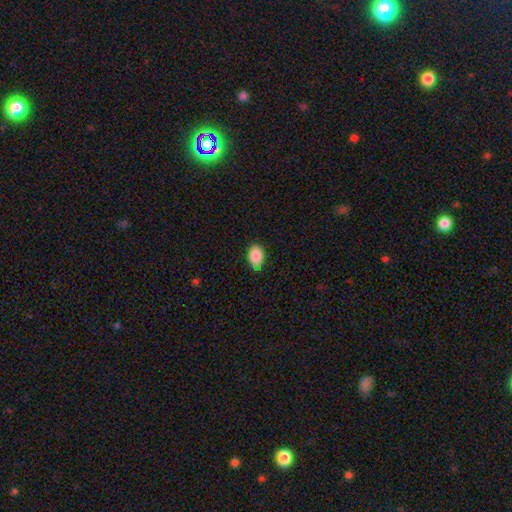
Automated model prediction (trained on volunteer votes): smooth 88%, star or artifact 7%, featured or disk 5%. Down the decision tree: how rounded — in between (91%); merging — none (86%).